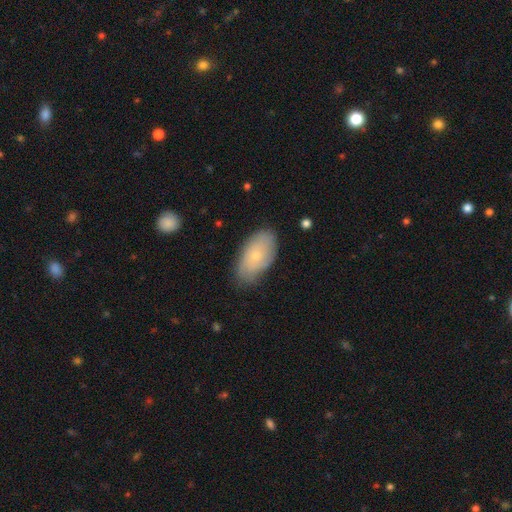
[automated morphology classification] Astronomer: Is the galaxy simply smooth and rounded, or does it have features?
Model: smooth — 60%.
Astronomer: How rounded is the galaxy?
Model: in between — 93%.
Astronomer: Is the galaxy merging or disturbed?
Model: none — 75%.